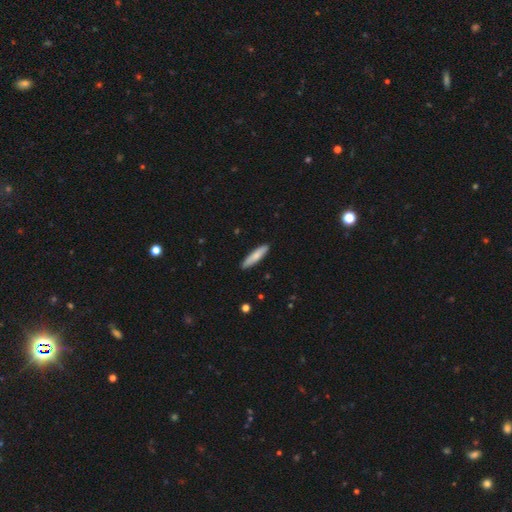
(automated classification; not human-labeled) This is likely a smooth galaxy (77%). How rounded: clearly cigar-shaped (80%). Merging: clearly none (90%).